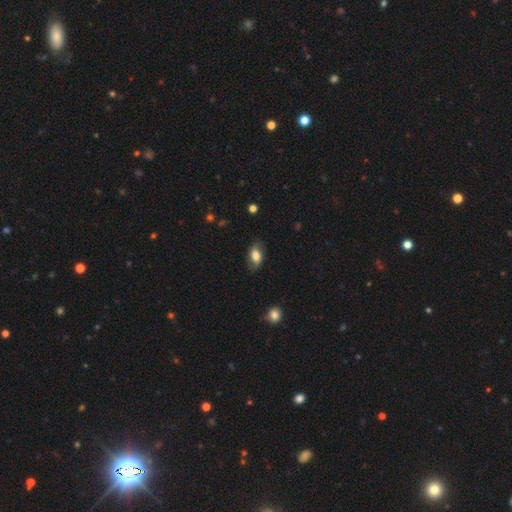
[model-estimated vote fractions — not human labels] A smooth galaxy with no disk features (65%) that is in between round and cigar-shaped (88%).

Vote fractions:
- Smooth or featured? smooth: 65% / featured or disk: 27% / star or artifact: 8%
- How rounded? in between: 88% / round: 9% / cigar-shaped: 3%
- Merging? none: 75% / minor disturbance: 19% / major disturbance: 5% / merger: 1%